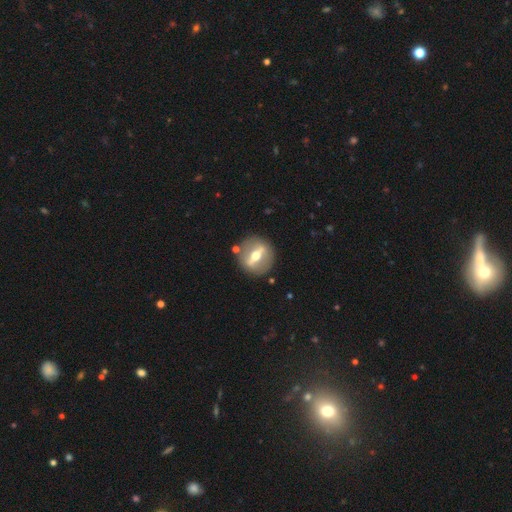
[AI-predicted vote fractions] This appears to be a featured or disk galaxy (76%). Merging: none (86%).